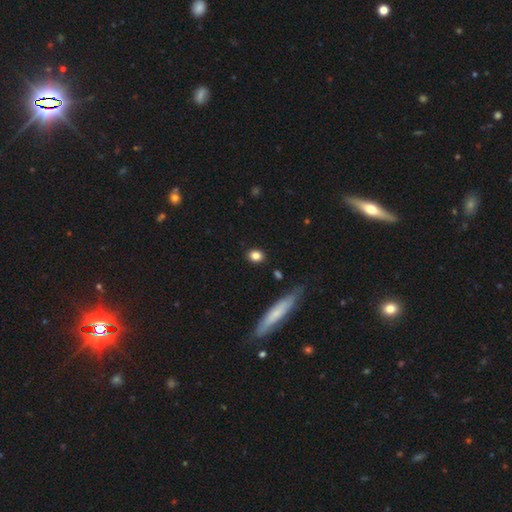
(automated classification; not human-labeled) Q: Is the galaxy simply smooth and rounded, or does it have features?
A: smooth — 84%.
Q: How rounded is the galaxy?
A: in between — 52%.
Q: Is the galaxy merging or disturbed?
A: none — 87%.